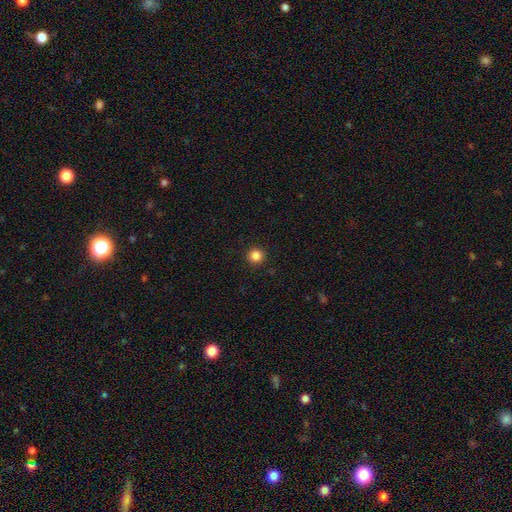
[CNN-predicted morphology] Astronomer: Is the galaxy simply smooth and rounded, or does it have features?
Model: smooth — 85%.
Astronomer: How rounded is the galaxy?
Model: round — 95%.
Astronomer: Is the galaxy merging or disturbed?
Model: none — 93%.